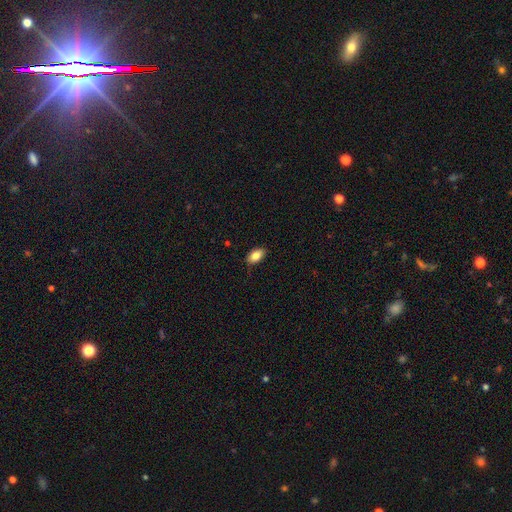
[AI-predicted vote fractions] Smooth or featured?
  - smooth: 84% *
  - featured or disk: 8%
  - star or artifact: 7%
How rounded?
  - in between: 92% *
  - round: 6%
  - cigar-shaped: 3%
Merging?
  - none: 83% *
  - minor disturbance: 14%
  - major disturbance: 2%
  - merger: 1%